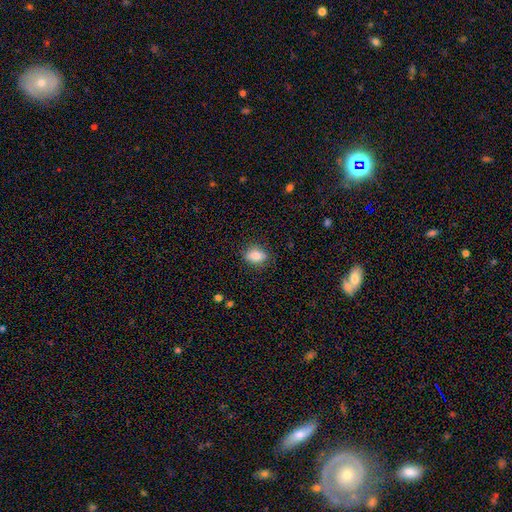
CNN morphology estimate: type=smooth (84%); roundness=in between (78%); merging=none (82%).